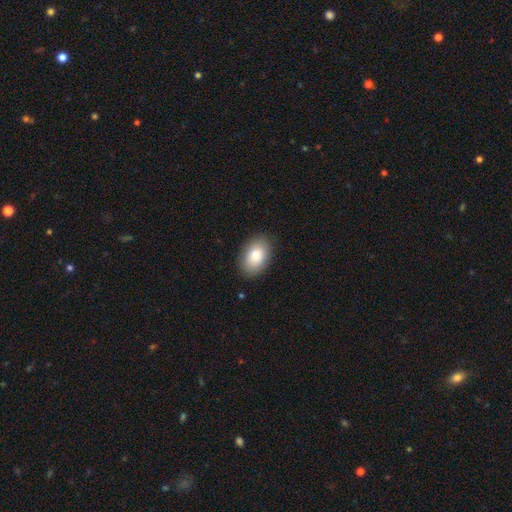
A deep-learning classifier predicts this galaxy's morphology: The model was most divided on "how rounded": in between: 87%, round: 12%, cigar-shaped: 1%. More confident: merging — none (87%); smooth or featured — smooth (84%).